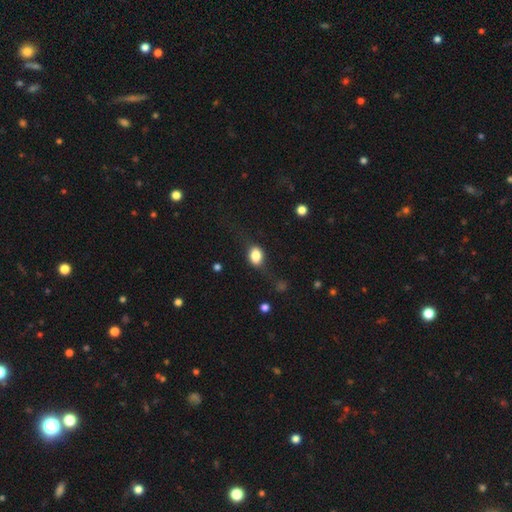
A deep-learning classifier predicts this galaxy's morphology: smooth-or-featured: smooth: 79% | featured or disk: 13% | star or artifact: 9%
  how-rounded: in between: 68% | round: 30% | cigar-shaped: 2%
  merging: none: 65% | minor disturbance: 21% | major disturbance: 12% | merger: 2%